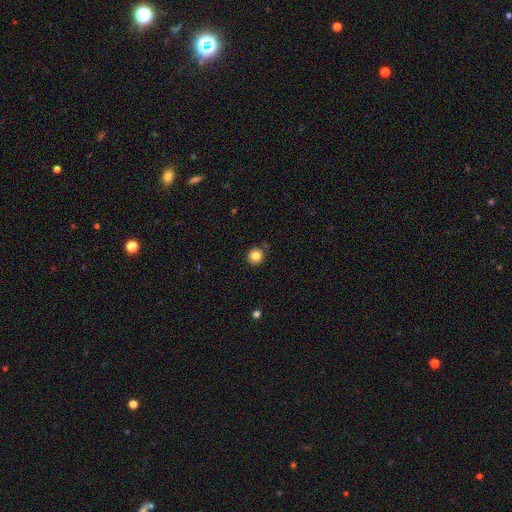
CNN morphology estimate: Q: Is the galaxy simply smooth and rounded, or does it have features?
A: smooth — 84%.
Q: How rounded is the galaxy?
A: round — 89%.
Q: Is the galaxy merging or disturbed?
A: none — 83%.